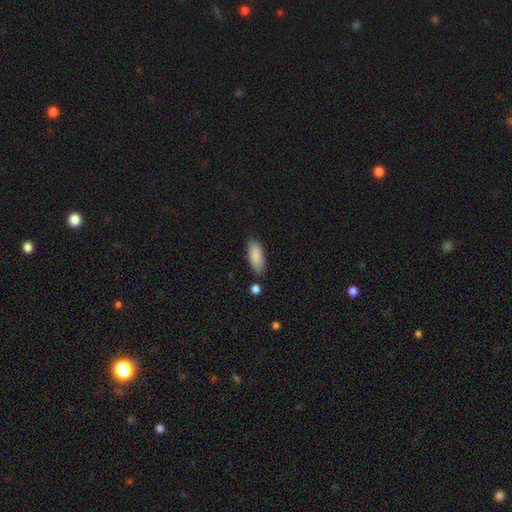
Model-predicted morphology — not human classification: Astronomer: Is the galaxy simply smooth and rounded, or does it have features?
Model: smooth — 88%.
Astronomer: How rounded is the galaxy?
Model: in between — 79%.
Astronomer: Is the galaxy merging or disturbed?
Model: none — 78%.